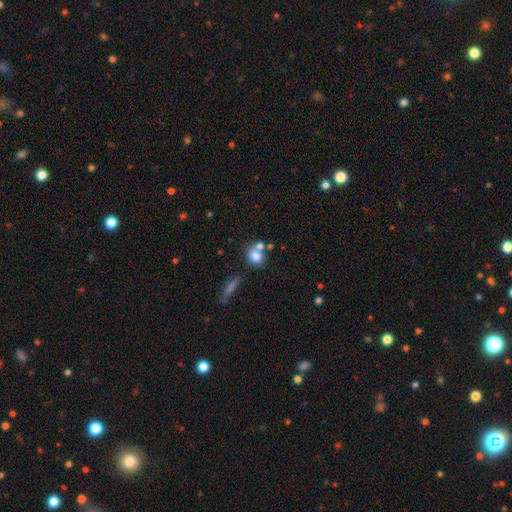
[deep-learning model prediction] This appears to be a smooth galaxy with no disk features (78%) that is round (71%). Merging: none (48%).